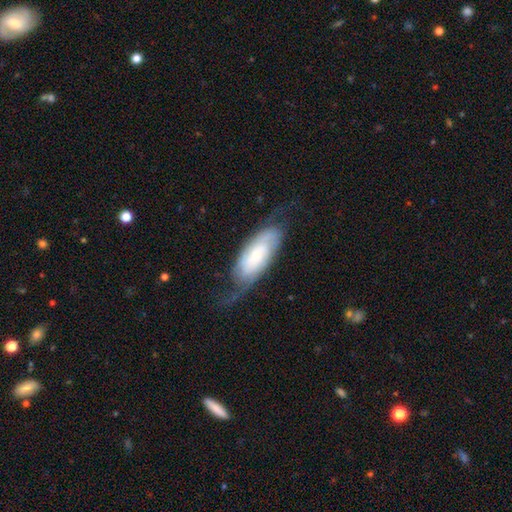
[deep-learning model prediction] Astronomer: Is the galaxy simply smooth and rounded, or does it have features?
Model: featured or disk — 63%.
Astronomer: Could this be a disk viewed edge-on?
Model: no — 87%.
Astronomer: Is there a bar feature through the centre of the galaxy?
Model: no — 63%.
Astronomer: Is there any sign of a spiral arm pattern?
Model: yes — 90%.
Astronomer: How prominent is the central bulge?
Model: small — 40% (runner-up: moderate, 29%).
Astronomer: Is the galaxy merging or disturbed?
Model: none — 51% (runner-up: minor disturbance, 26%).